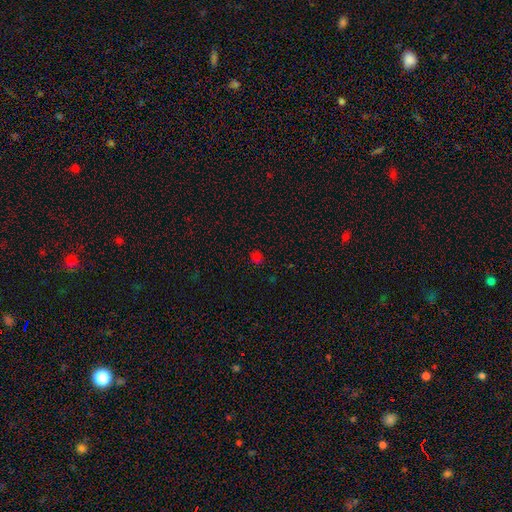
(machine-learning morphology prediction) Smooth or featured?
  - smooth: 63% *
  - star or artifact: 32%
  - featured or disk: 5%
How rounded?
  - round: 74% *
  - in between: 24%
  - cigar-shaped: 1%
Merging?
  - none: 83% *
  - minor disturbance: 11%
  - major disturbance: 3%
  - merger: 2%